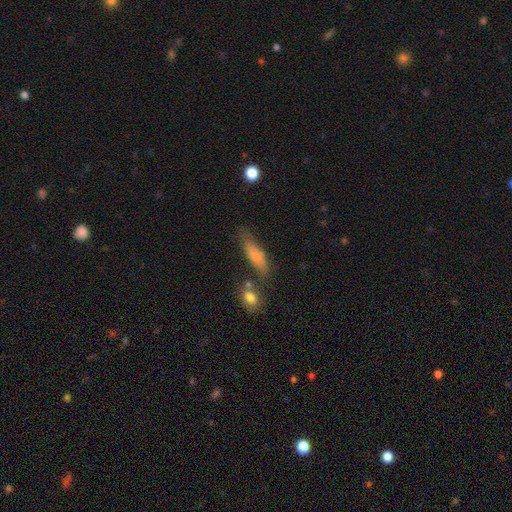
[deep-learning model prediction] smooth 75%, featured or disk 17%, star or artifact 9%. Down the decision tree: how rounded — cigar-shaped (55%); merging — none (58%).